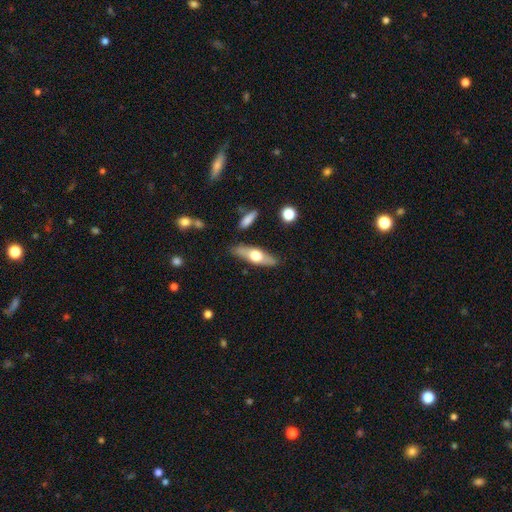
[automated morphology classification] smooth-or-featured: smooth: 49% | featured or disk: 46% | star or artifact: 6%
  merging: none: 83% | minor disturbance: 12% | merger: 3% | major disturbance: 2%